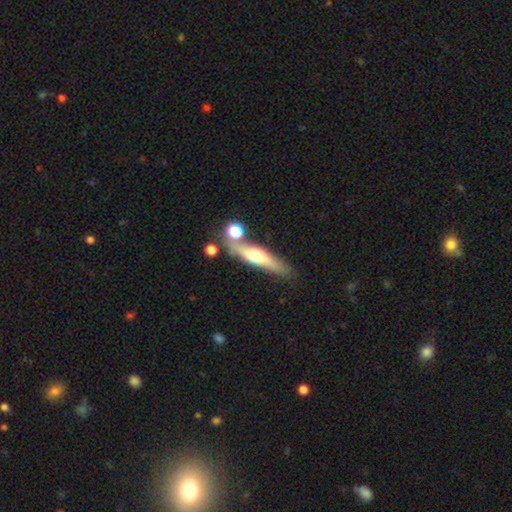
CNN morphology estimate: This appears to be a featured or disk galaxy (53%) viewed edge-on (88%). Merging: none (71%).